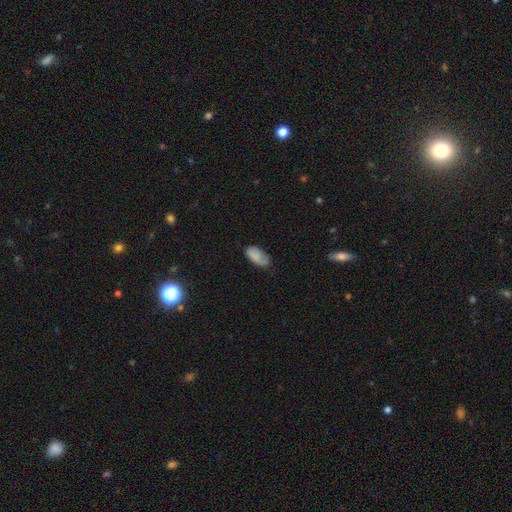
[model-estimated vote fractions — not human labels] smooth-or-featured: smooth: 80% | featured or disk: 13% | star or artifact: 7%
  how-rounded: in between: 94% | cigar-shaped: 3% | round: 3%
  merging: none: 65% | minor disturbance: 27% | major disturbance: 7% | merger: 2%